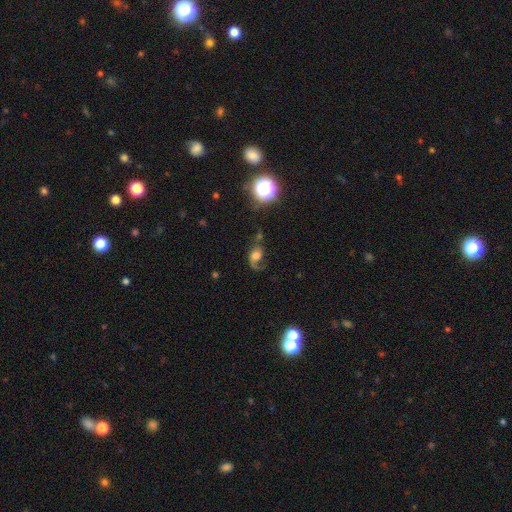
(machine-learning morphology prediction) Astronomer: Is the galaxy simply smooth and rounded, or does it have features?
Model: featured or disk — 51% (runner-up: smooth, 34%).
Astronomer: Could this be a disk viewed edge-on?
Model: no — 96%.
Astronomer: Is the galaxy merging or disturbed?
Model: none — 37% (runner-up: major disturbance, 36%).